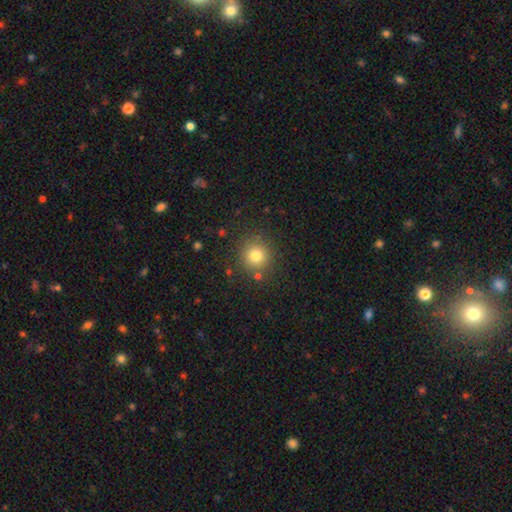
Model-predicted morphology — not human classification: A smooth galaxy with no disk features (79%) that is round (93%). Merging: none (85%).